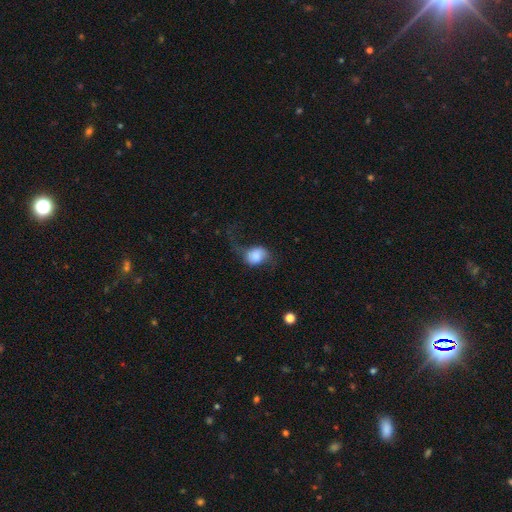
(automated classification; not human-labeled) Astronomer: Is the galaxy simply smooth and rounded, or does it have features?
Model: smooth — 67%.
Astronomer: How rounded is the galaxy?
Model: round — 50% (runner-up: in between, 49%).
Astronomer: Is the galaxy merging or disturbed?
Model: major disturbance — 39% (runner-up: none, 33%).